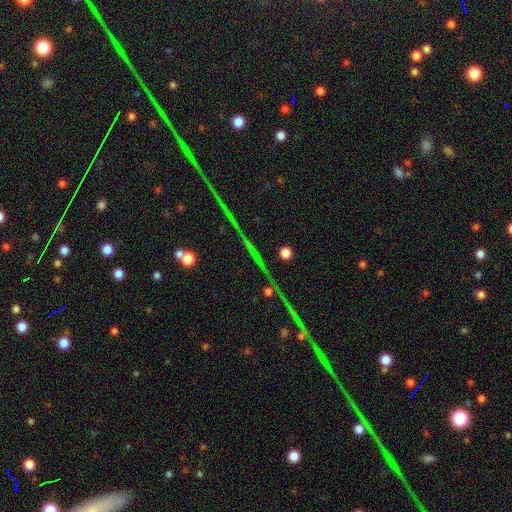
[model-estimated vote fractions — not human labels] Morphology: type=star or artifact (65%).